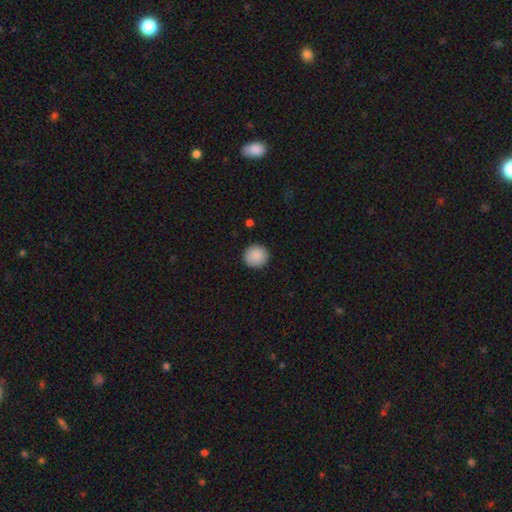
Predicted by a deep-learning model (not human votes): This appears to be a smooth galaxy with no disk features (90%) that is round (94%). Merging: none (91%).